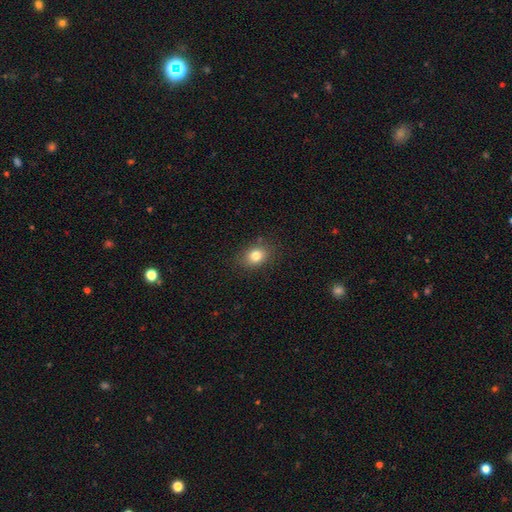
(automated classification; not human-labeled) Overall: smooth (81%). How rounded: in between (59%; round 40%). Merging: none (84%).